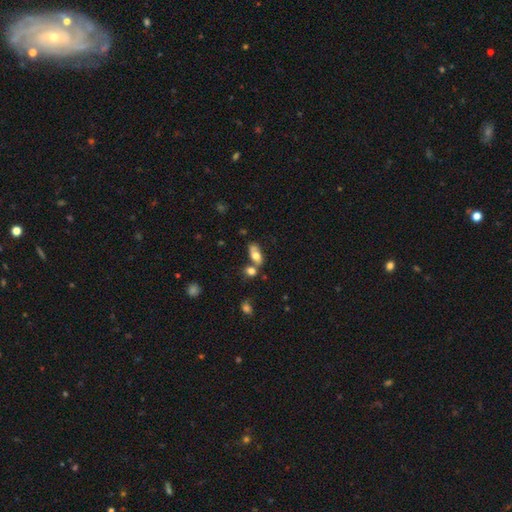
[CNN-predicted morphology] This is likely a smooth galaxy (67%). How rounded: clearly in between (85%). Merging: marginally none (43%).